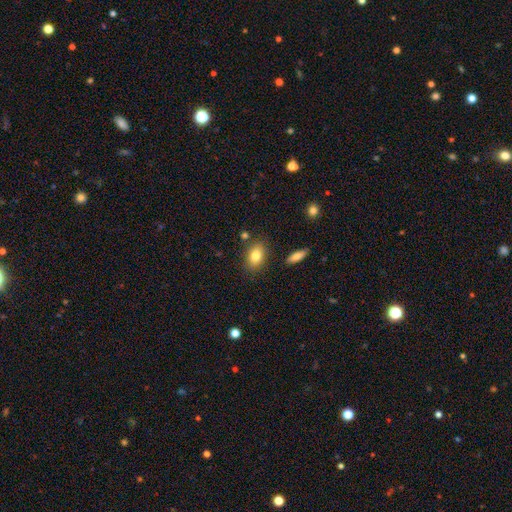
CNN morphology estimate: Smooth or featured?
  - smooth: 82% *
  - featured or disk: 10%
  - star or artifact: 8%
How rounded?
  - in between: 84% *
  - round: 14%
  - cigar-shaped: 2%
Merging?
  - none: 81% *
  - minor disturbance: 11%
  - merger: 4%
  - major disturbance: 3%